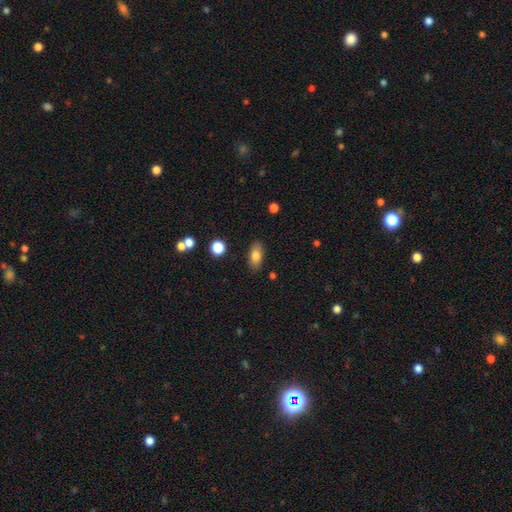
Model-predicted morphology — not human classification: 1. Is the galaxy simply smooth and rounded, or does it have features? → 80% smooth, 12% featured or disk, 9% star or artifact.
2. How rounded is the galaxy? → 85% in between, 10% cigar-shaped, 5% round.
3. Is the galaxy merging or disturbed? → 86% none, 10% minor disturbance, 2% major disturbance, 2% merger.